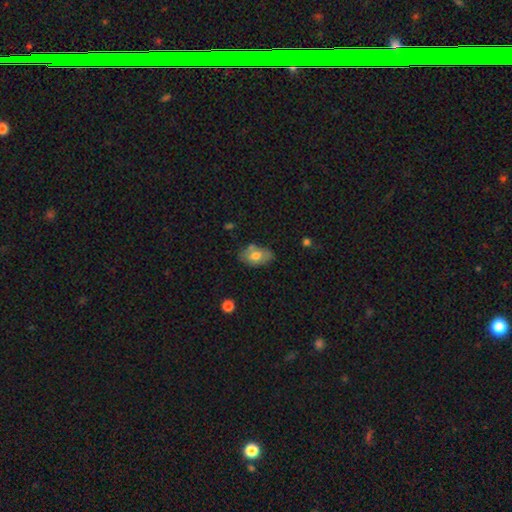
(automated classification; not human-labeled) Smooth or featured: smooth — 64% (featured or disk — 29%)
How rounded: in between — 89% (round — 9%)
Merging: none — 66% (minor disturbance — 22%)